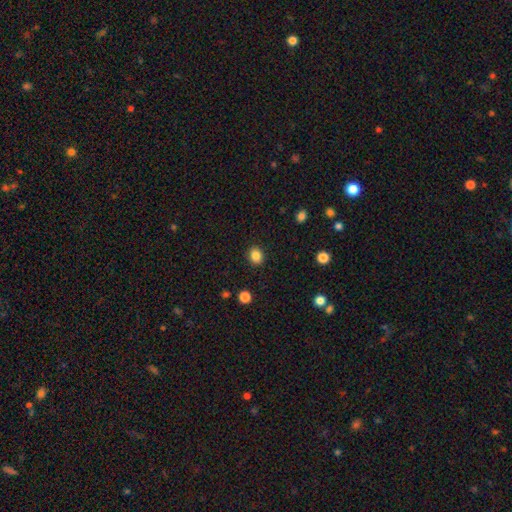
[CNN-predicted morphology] Smooth or featured?
  - smooth: 85% *
  - star or artifact: 11%
  - featured or disk: 4%
How rounded?
  - round: 66% *
  - in between: 33%
  - cigar-shaped: 1%
Merging?
  - none: 90% *
  - minor disturbance: 6%
  - major disturbance: 2%
  - merger: 1%